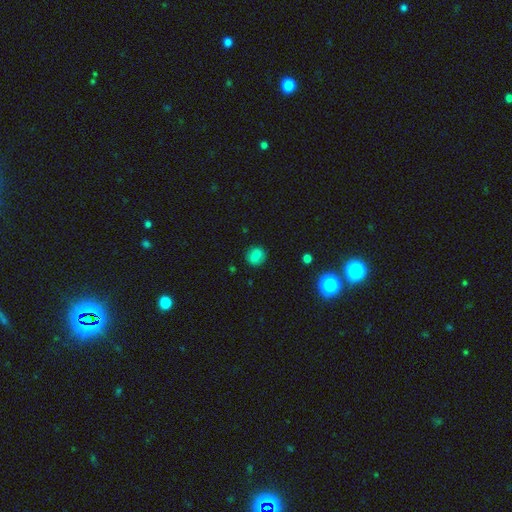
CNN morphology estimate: Q: Smooth or featured?
A: smooth (80%); runner-up: star or artifact (12%)
Q: How rounded?
A: round (62%); runner-up: in between (36%)
Q: Merging?
A: none (83%); runner-up: minor disturbance (12%)